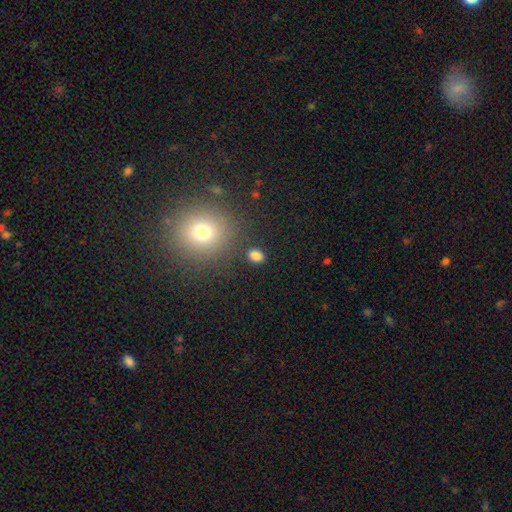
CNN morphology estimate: Q: Smooth or featured?
A: smooth (83%); runner-up: star or artifact (13%)
Q: How rounded?
A: in between (58%); runner-up: round (40%)
Q: Merging?
A: none (85%); runner-up: minor disturbance (8%)